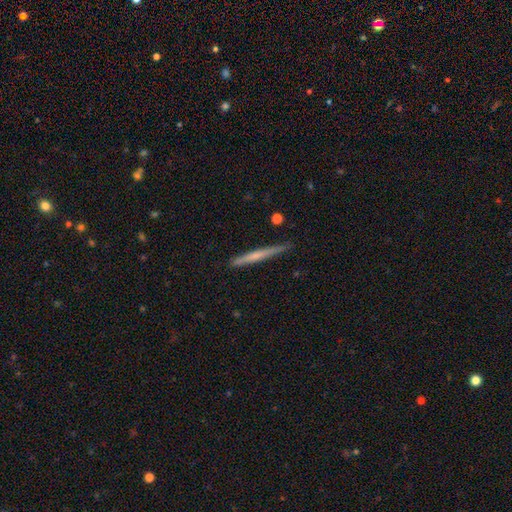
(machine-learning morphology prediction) Overall: featured or disk (48%; smooth 47%). Merging: none (85%).